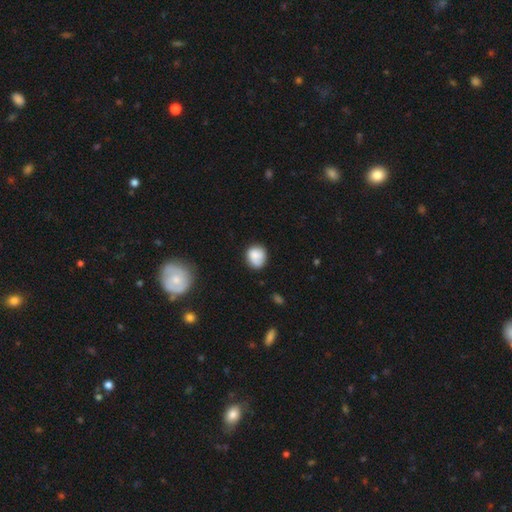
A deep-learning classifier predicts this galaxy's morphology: This appears to be a smooth galaxy with no disk features (78%) that is round (70%). Merging: none (65%).